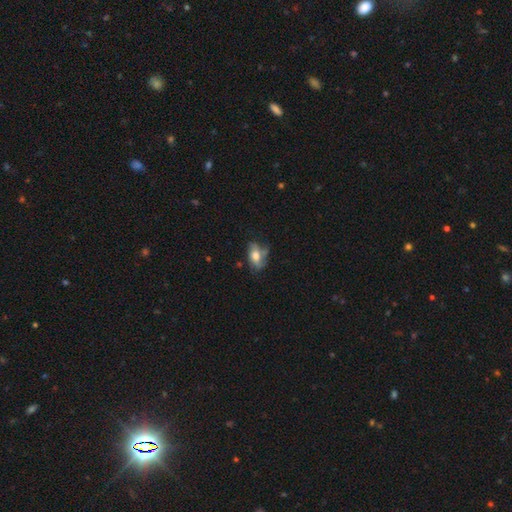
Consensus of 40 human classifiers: Morphology: type=smooth (65%); roundness=in between (92%); merging=major disturbance (36%).